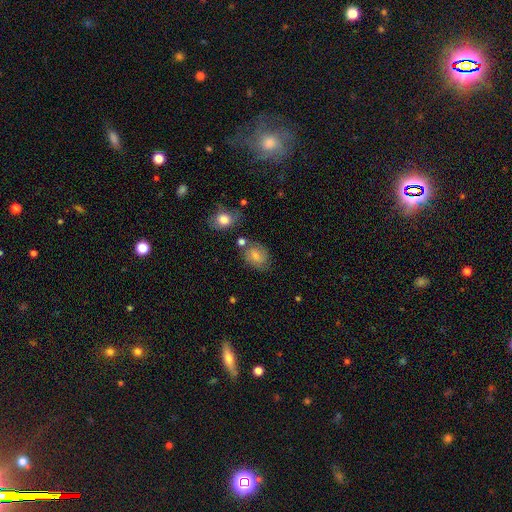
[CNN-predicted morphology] The model was most divided on "how rounded": in between: 53%, round: 46%, cigar-shaped: 1%. More confident: merging — none (68%); smooth or featured — smooth (59%).